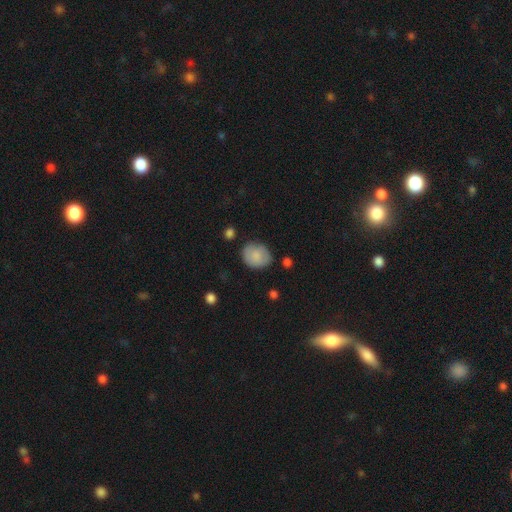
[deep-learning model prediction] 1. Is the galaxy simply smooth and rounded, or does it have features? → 80% smooth, 13% featured or disk, 7% star or artifact.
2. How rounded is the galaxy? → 58% round, 41% in between, 1% cigar-shaped.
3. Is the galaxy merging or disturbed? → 73% none, 19% minor disturbance, 5% major disturbance, 3% merger.